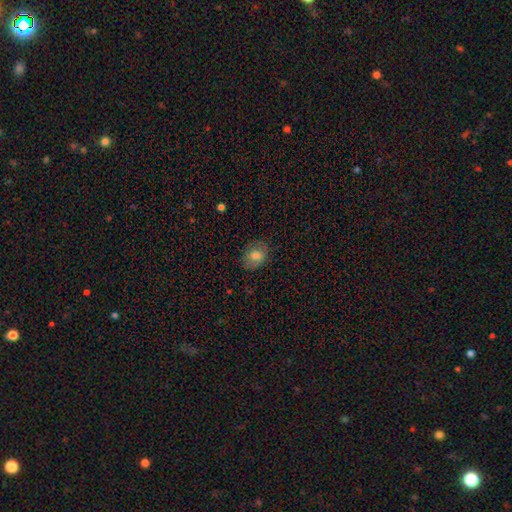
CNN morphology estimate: smooth 75%, featured or disk 14%, star or artifact 11%. Down the decision tree: how rounded — in between (59%); merging — none (80%).